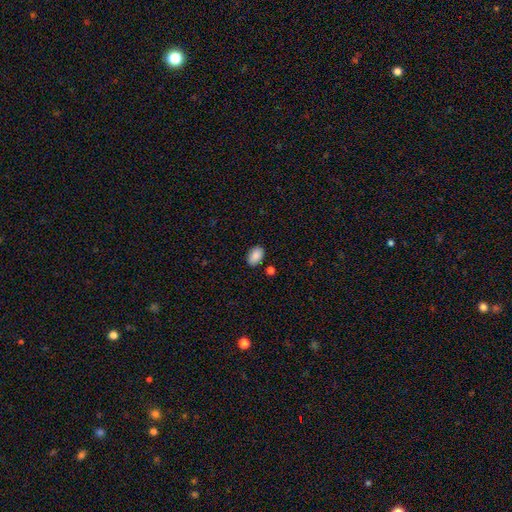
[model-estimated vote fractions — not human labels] This is clearly a smooth galaxy (89%). How rounded: clearly in between (90%). Merging: clearly none (86%).